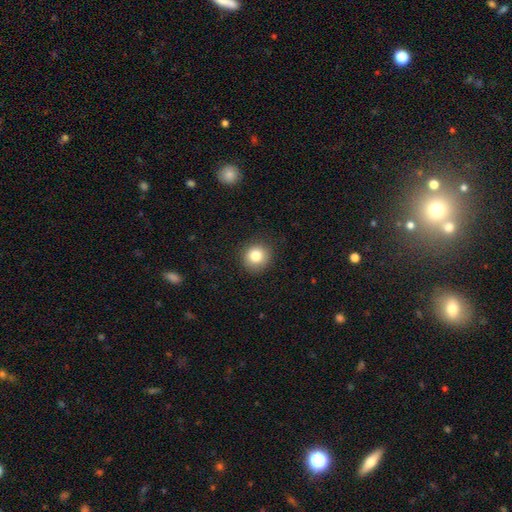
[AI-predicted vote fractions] Q: Smooth or featured?
A: smooth (82%); runner-up: star or artifact (10%)
Q: How rounded?
A: round (92%); runner-up: in between (8%)
Q: Merging?
A: none (89%); runner-up: minor disturbance (8%)